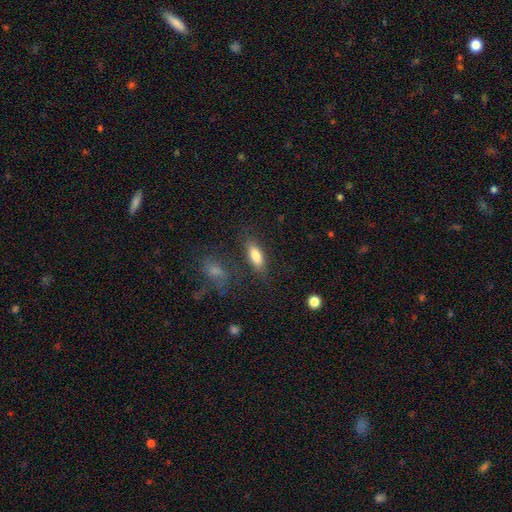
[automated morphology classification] This is likely a smooth galaxy (79%). How rounded: likely in between (73%). Merging: likely none (77%).